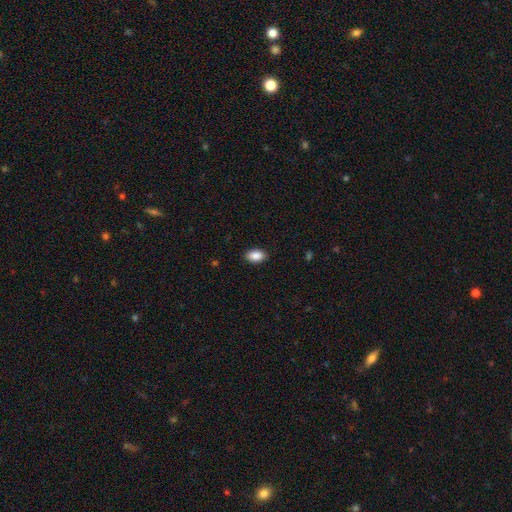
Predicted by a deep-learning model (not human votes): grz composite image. It shows a smooth galaxy with no disk features (89%) that is in between round and cigar-shaped (92%). Merging: none (89%).